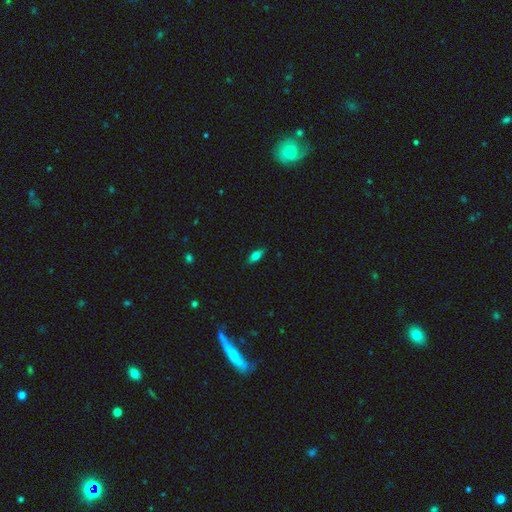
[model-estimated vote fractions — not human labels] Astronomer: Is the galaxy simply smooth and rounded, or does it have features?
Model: smooth — 71%.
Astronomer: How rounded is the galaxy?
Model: in between — 75%.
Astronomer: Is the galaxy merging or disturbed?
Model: none — 87%.